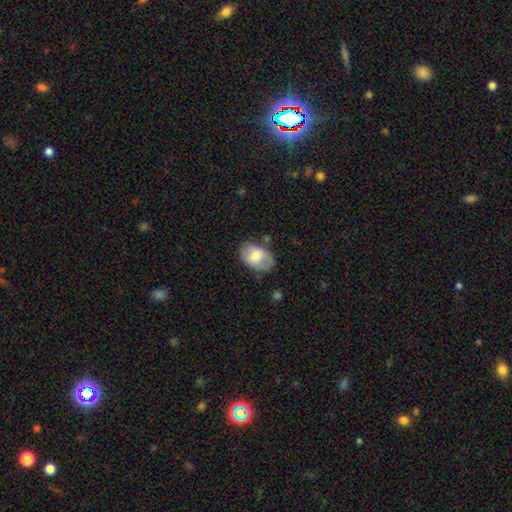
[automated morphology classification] This appears to be a smooth galaxy with no disk features (66%) that is in between round and cigar-shaped (85%). Merging: none (64%).